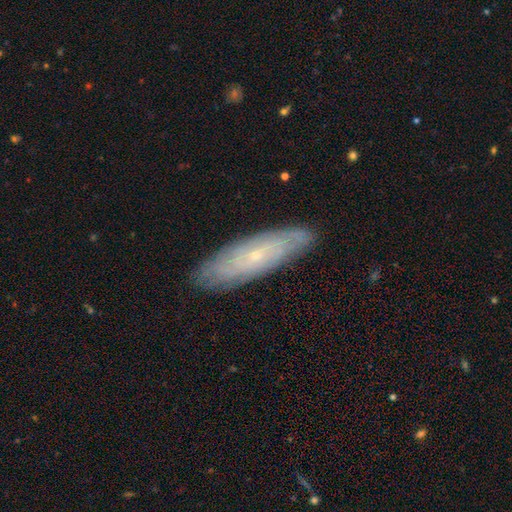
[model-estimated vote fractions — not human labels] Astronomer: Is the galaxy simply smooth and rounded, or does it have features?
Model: featured or disk — 70%.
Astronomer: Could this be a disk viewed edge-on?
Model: no — 76%.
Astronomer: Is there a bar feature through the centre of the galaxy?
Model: no — 75%.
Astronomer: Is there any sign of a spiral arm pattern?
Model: yes — 87%.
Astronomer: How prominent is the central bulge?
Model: small — 85%.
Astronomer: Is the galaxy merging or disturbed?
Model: none — 85%.